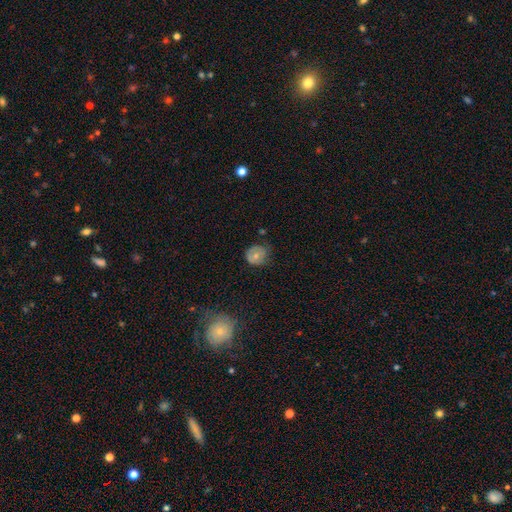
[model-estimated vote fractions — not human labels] Smooth or featured?
  - smooth: 63% *
  - featured or disk: 28%
  - star or artifact: 9%
How rounded?
  - round: 78% *
  - in between: 21%
  - cigar-shaped: 1%
Merging?
  - none: 59% *
  - minor disturbance: 31%
  - major disturbance: 8%
  - merger: 2%